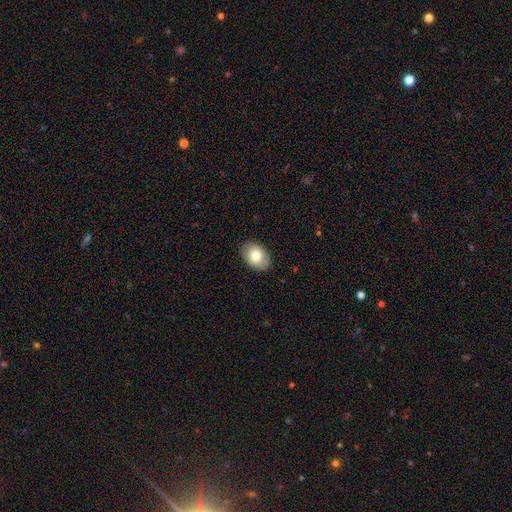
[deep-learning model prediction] This is likely a smooth galaxy (79%). How rounded: likely in between (80%). Merging: clearly none (86%).